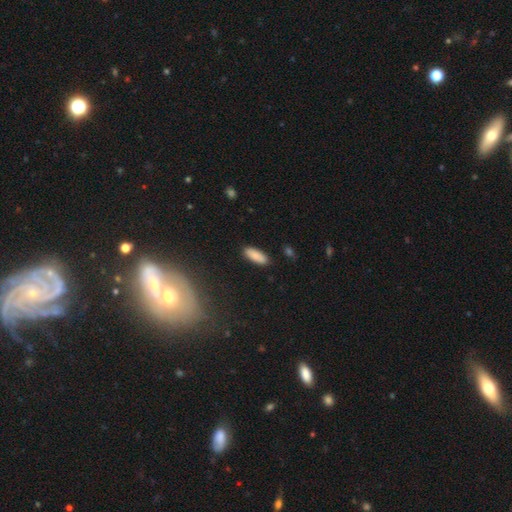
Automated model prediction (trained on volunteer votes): smooth_or_featured: smooth (p=0.86) [alt: star or artifact p=0.07]
how_rounded: in between (p=0.71) [alt: cigar-shaped p=0.27]
merging: none (p=0.88) [alt: minor disturbance p=0.09]